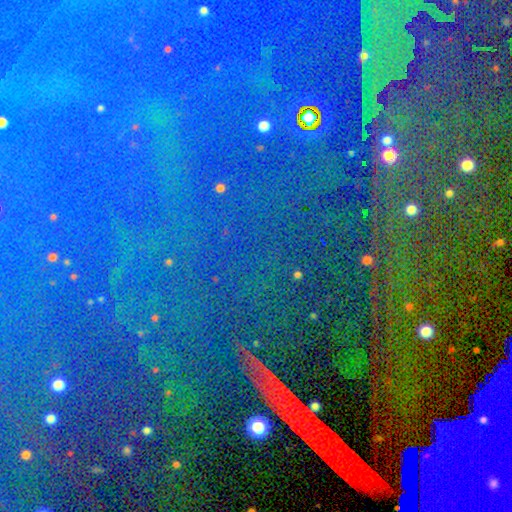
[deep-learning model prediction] Smooth or featured: star or artifact — 84% (smooth — 9%)